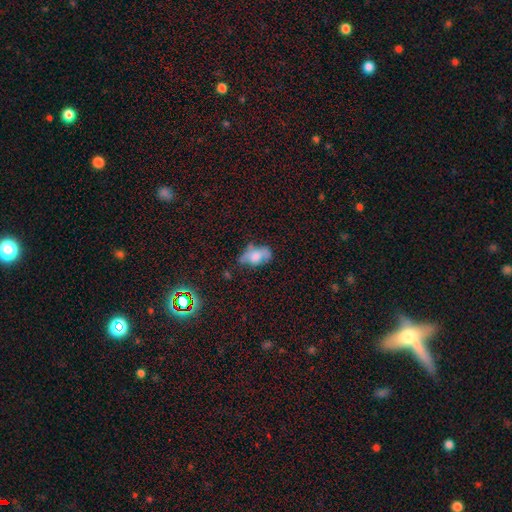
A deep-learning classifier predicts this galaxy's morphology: smooth_or_featured: smooth (p=0.59) [alt: featured or disk p=0.29]
how_rounded: in between (p=0.87) [alt: round p=0.08]
merging: none (p=0.36) [alt: minor disturbance p=0.33]